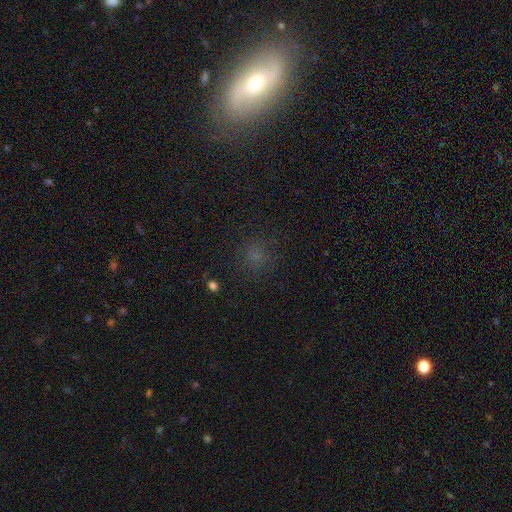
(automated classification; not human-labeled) Morphology: type=smooth (65%); roundness=round (87%); merging=none (82%).